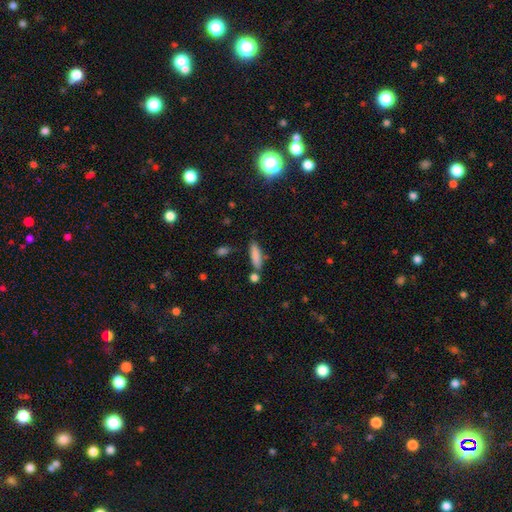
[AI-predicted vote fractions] A smooth galaxy with no disk features (83%) that is cigar-shaped (61%). Merging: none (70%).